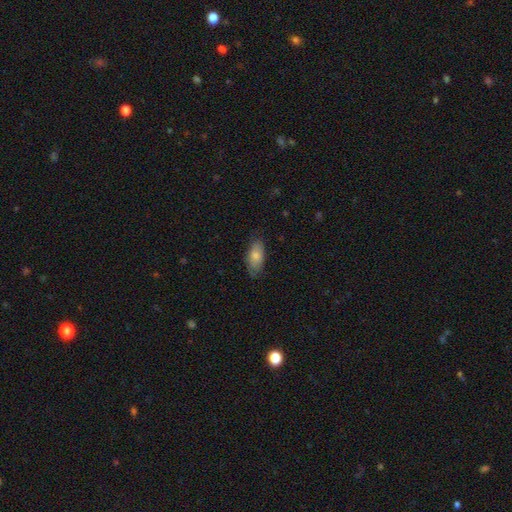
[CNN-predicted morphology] smooth-or-featured: smooth: 76% | featured or disk: 17% | star or artifact: 6%
  how-rounded: in between: 88% | cigar-shaped: 10% | round: 3%
  merging: none: 73% | minor disturbance: 22% | major disturbance: 4% | merger: 1%